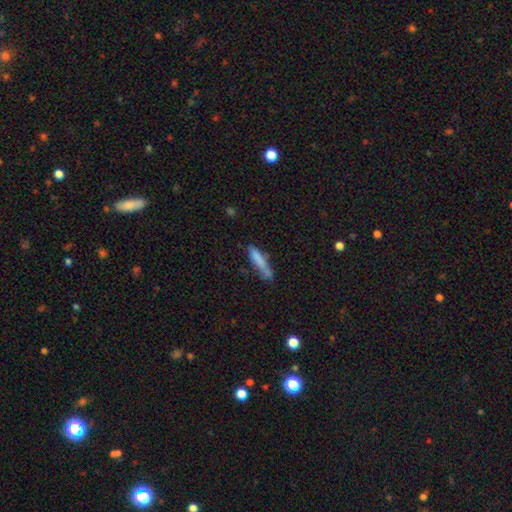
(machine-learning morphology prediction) Smooth or featured? Predicted: smooth (p=0.71). How rounded? Predicted: cigar-shaped (p=0.85). Merging? Predicted: none (p=0.55).